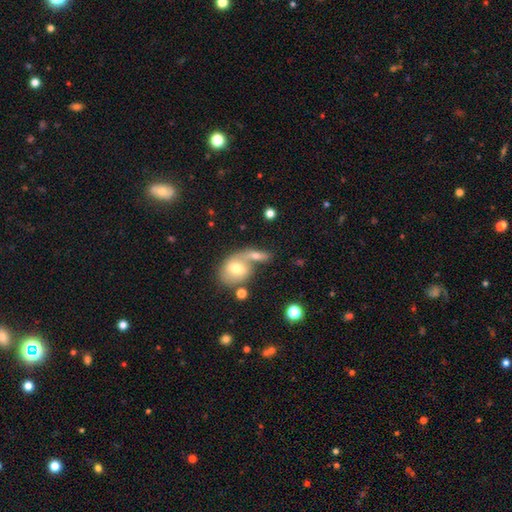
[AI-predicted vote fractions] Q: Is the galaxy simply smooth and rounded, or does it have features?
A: smooth — 62%.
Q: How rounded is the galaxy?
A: in between — 63%.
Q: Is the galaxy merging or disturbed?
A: merger — 56%.